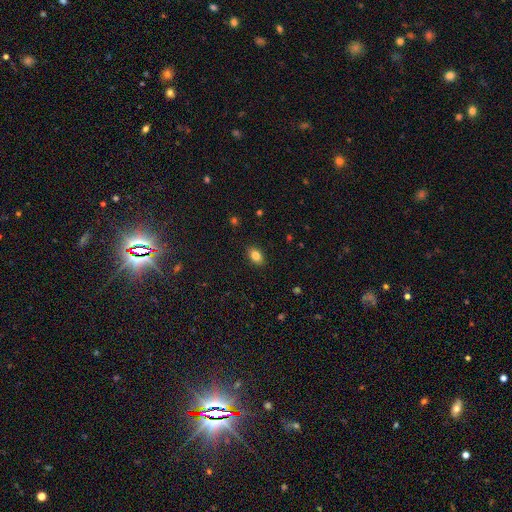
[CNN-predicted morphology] Q: Smooth or featured?
A: smooth (83%); runner-up: star or artifact (10%)
Q: How rounded?
A: in between (84%); runner-up: round (14%)
Q: Merging?
A: none (88%); runner-up: minor disturbance (9%)